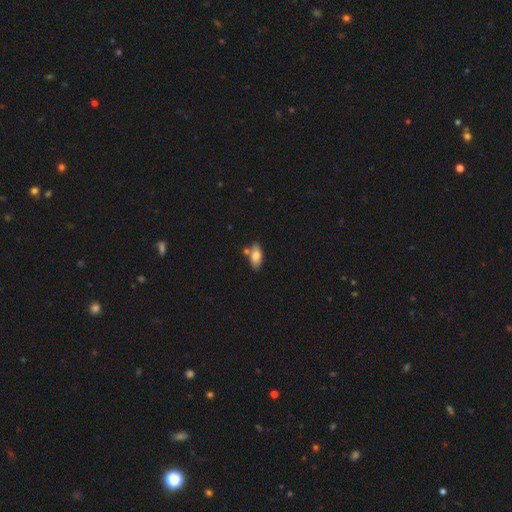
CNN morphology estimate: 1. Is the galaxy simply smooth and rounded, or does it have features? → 73% smooth, 20% featured or disk, 7% star or artifact.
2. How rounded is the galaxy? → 88% in between, 8% cigar-shaped, 4% round.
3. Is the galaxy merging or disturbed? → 69% none, 14% merger, 14% minor disturbance, 3% major disturbance.